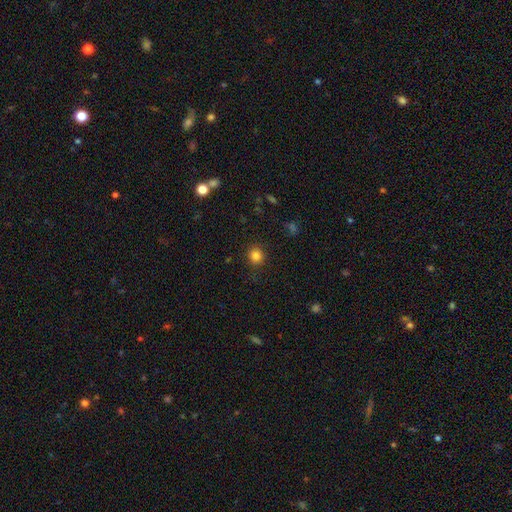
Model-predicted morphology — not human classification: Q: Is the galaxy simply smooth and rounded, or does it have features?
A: smooth — 83%.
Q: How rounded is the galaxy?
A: round — 88%.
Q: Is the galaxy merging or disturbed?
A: none — 89%.